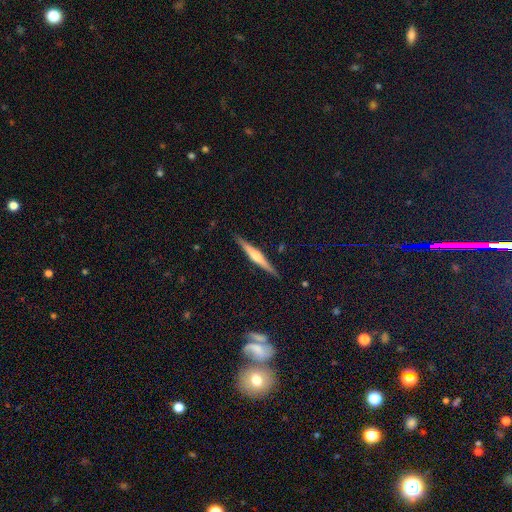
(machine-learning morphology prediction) type=featured or disk (67%); edge-on=yes (98%); edge-on bulge=rounded (72%); merging=none (90%).